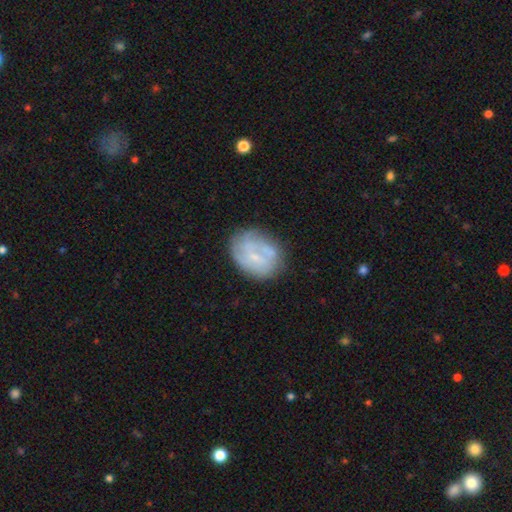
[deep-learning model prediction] smooth-or-featured: featured or disk: 55% | smooth: 37% | star or artifact: 8%
  disk-edge-on: no: 97% | yes: 3%
    bar: no: 57% | weak: 35% | strong: 8%
    has-spiral-arms: yes: 51% | no: 49%
    bulge-size: small: 60% | none: 21% | moderate: 17% | large: 1% | dominant: 1%
  merging: none: 62% | minor disturbance: 23% | major disturbance: 10% | merger: 5%